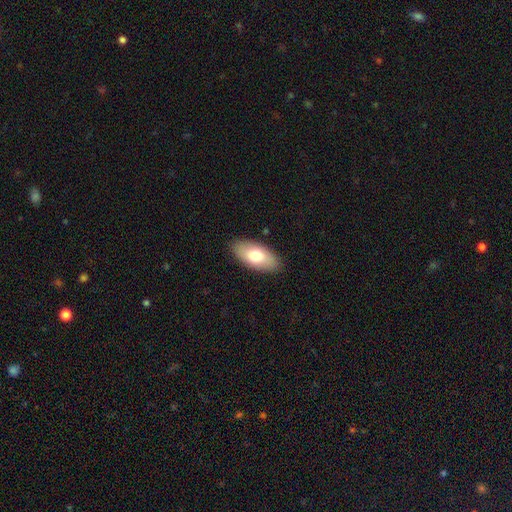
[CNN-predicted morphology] smooth 74%, featured or disk 20%, star or artifact 6%. Down the decision tree: how rounded — in between (92%); merging — none (88%).